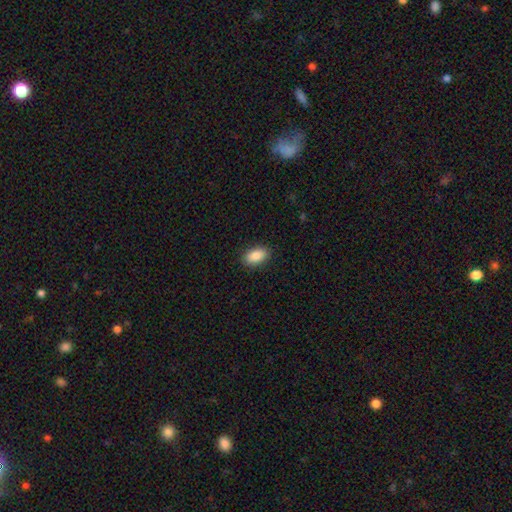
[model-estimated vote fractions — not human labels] Overall: smooth (88%). How rounded: in between (93%). Merging: none (89%).